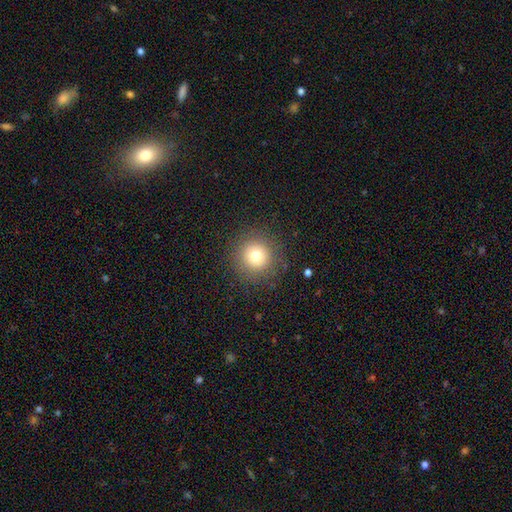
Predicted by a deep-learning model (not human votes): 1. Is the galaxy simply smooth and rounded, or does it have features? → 76% smooth, 14% star or artifact, 10% featured or disk.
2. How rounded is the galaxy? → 95% round, 4% in between, 1% cigar-shaped.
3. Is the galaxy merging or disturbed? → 89% none, 7% minor disturbance, 3% major disturbance, 1% merger.